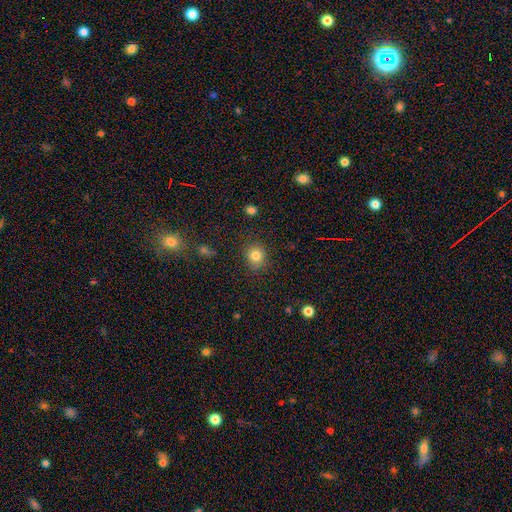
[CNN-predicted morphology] smooth 82%, star or artifact 12%, featured or disk 6%. Down the decision tree: how rounded — round (81%); merging — none (85%).